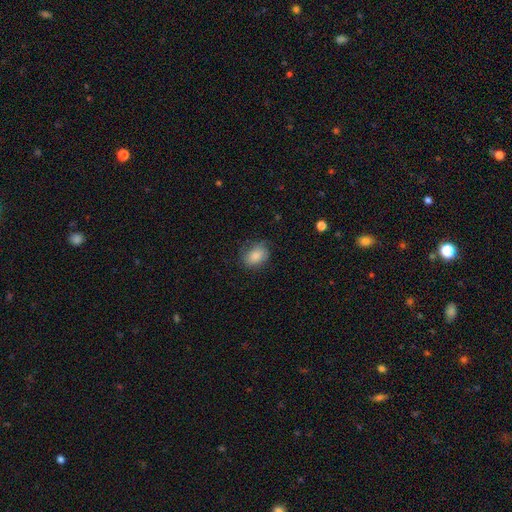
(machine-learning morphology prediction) Q: Smooth or featured?
A: smooth (83%); runner-up: featured or disk (9%)
Q: How rounded?
A: in between (74%); runner-up: round (25%)
Q: Merging?
A: none (68%); runner-up: minor disturbance (23%)